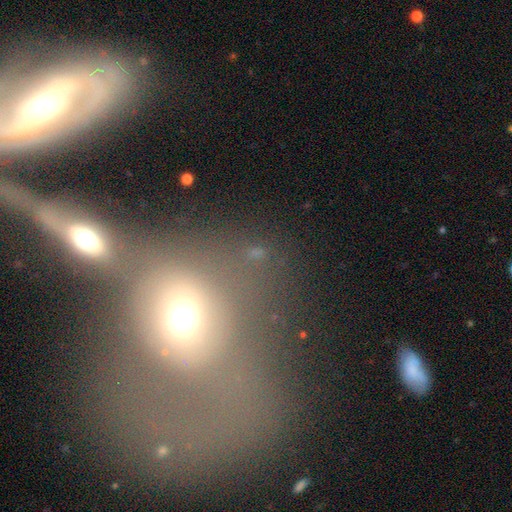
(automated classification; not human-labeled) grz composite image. It shows a smooth galaxy with no disk features (44%). Merging: none (64%).